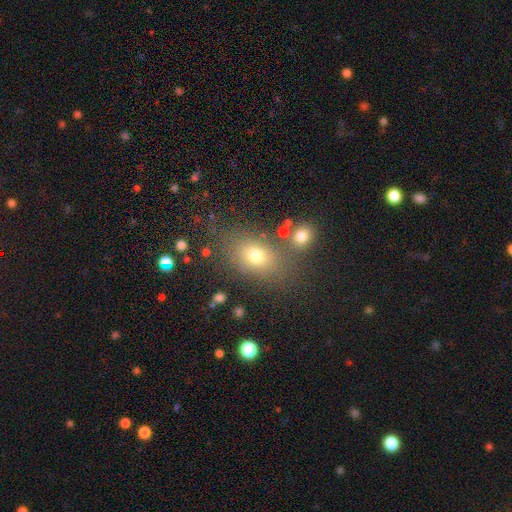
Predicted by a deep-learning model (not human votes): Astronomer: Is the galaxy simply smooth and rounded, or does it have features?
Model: smooth — 71%.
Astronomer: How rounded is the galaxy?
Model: in between — 70%.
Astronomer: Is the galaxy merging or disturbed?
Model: none — 70%.